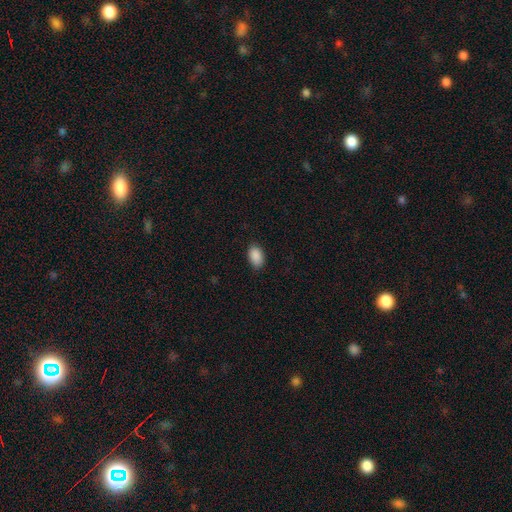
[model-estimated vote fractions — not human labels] smooth_or_featured: smooth (p=0.90) [alt: star or artifact p=0.07]
how_rounded: in between (p=0.92) [alt: round p=0.07]
merging: none (p=0.85) [alt: minor disturbance p=0.12]